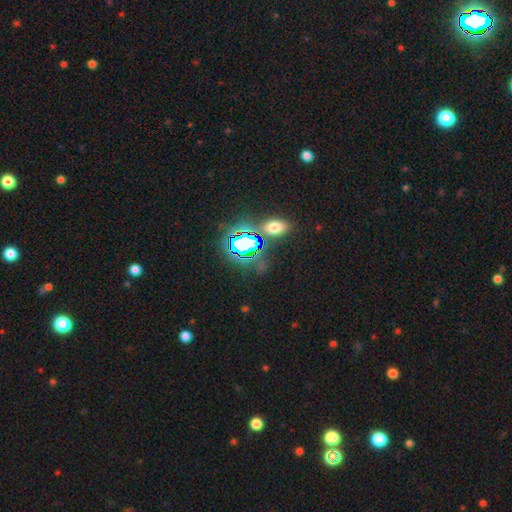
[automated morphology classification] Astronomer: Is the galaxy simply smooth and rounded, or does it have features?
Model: star or artifact — 76%.